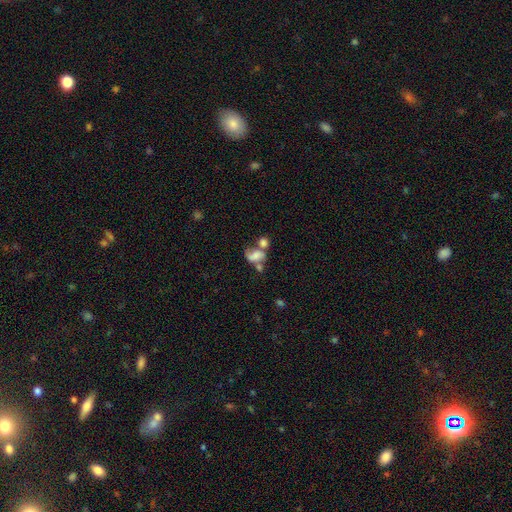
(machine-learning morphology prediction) smooth-or-featured: smooth: 49% | featured or disk: 40% | star or artifact: 12%
  merging: merger: 45% | none: 24% | major disturbance: 16% | minor disturbance: 15%